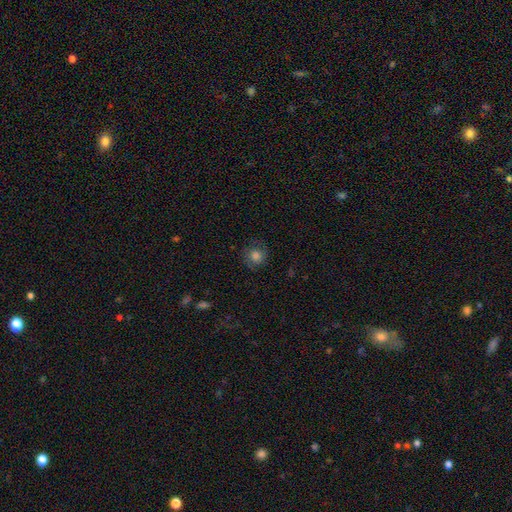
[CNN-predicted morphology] The model was most divided on "smooth or featured": smooth: 69%, featured or disk: 19%, star or artifact: 11%. More confident: how rounded — round (88%); merging — none (78%).